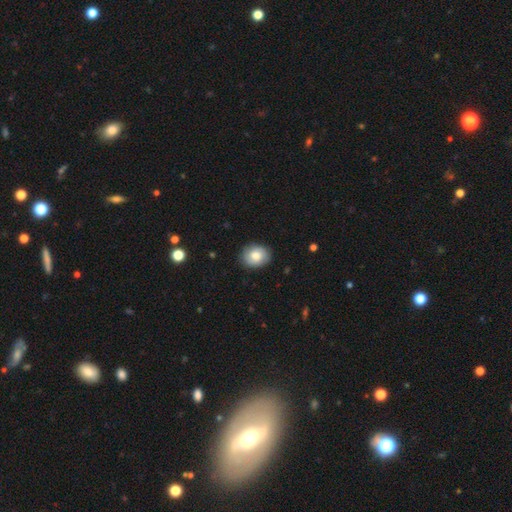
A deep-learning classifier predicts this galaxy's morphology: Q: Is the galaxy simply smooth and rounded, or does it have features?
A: smooth — 79%.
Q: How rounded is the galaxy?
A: round — 52%.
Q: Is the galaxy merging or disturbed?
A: none — 85%.